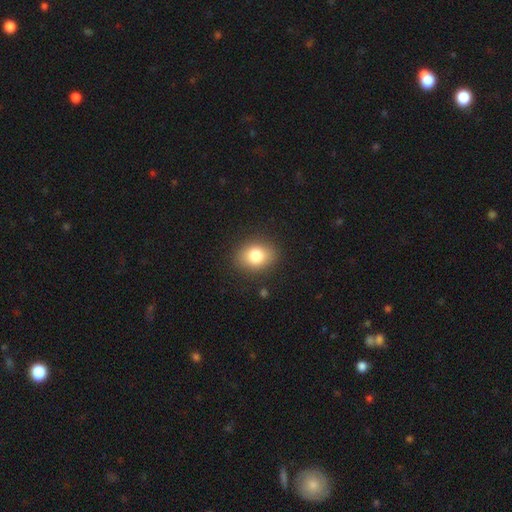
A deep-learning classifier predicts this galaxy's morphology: The model was most divided on "how rounded": in between: 55%, round: 44%, cigar-shaped: 1%. More confident: merging — none (87%); smooth or featured — smooth (81%).